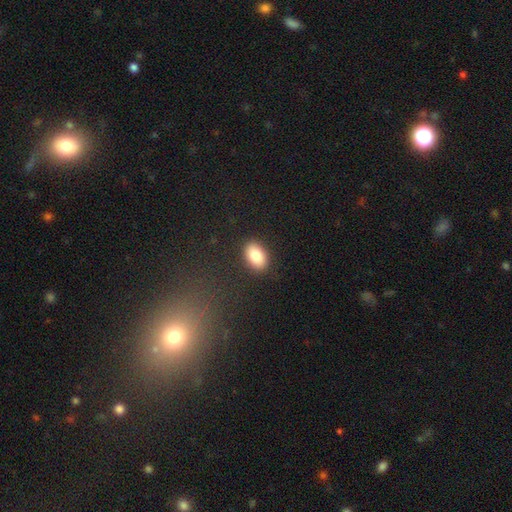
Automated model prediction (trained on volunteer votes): This is clearly a smooth galaxy (86%). How rounded: clearly in between (91%). Merging: clearly none (89%).